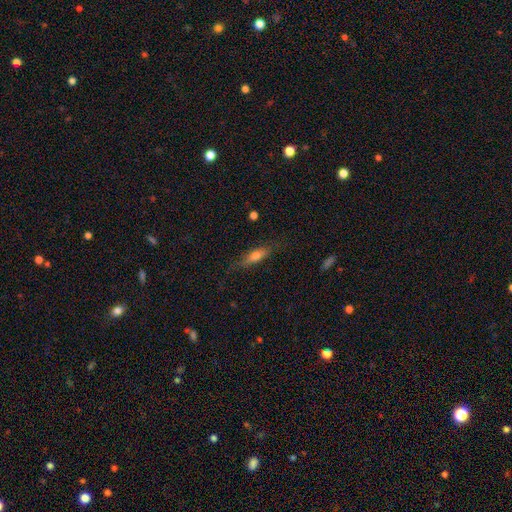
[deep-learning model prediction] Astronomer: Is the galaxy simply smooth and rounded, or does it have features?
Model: smooth — 52% (runner-up: featured or disk, 40%).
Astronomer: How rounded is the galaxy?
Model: cigar-shaped — 68%.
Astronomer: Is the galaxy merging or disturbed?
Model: none — 77%.